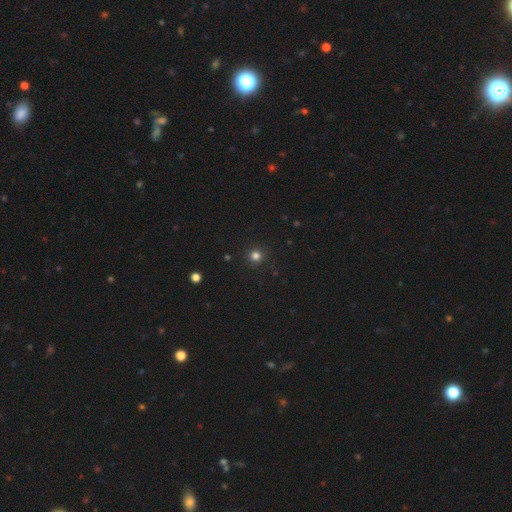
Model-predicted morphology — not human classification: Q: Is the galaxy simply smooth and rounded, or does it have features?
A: smooth — 80%.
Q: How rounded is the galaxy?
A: round — 94%.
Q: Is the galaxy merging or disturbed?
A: none — 92%.